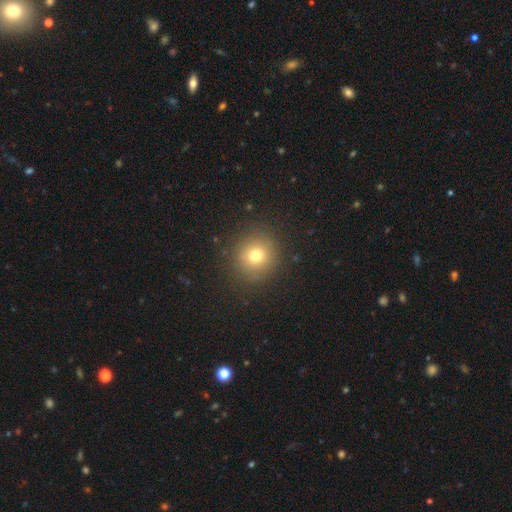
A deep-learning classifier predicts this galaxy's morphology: smooth-or-featured: smooth: 73% | star or artifact: 15% | featured or disk: 11%
  how-rounded: round: 91% | in between: 8% | cigar-shaped: 1%
  merging: none: 88% | minor disturbance: 8% | major disturbance: 4% | merger: 1%